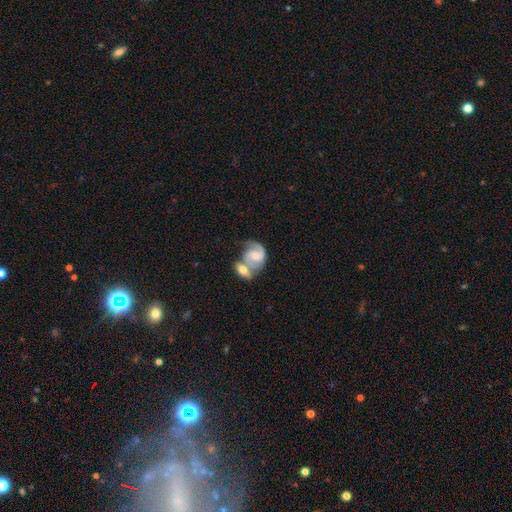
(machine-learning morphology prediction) This is likely a featured or disk galaxy (78%). It is clearly not viewed edge-on (98%). Bar: possibly no (53%). Spiral arm pattern: clearly yes (94%). Spiral arm count: likely 2 (79%). Spiral winding: possibly medium (51%). Central bulge: marginally moderate (45%). Merging: possibly merger (59%).